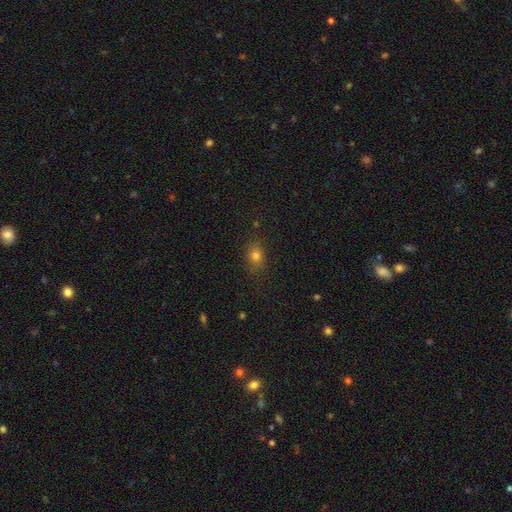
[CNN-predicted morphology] A smooth galaxy with no disk features (76%) that is round (54%).

Vote fractions:
- Smooth or featured? smooth: 76% / star or artifact: 16% / featured or disk: 8%
- How rounded? round: 54% / in between: 44% / cigar-shaped: 2%
- Merging? none: 81% / minor disturbance: 14% / major disturbance: 4% / merger: 1%